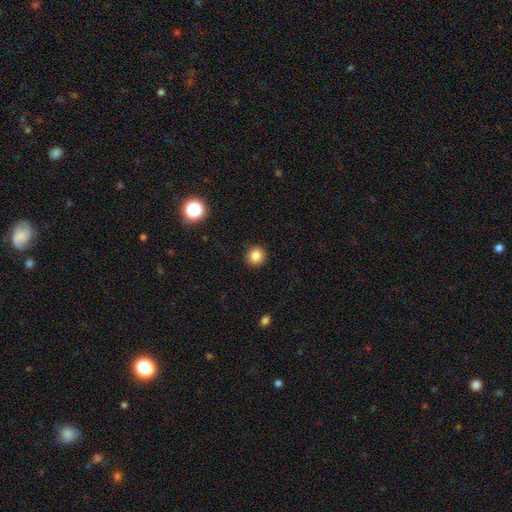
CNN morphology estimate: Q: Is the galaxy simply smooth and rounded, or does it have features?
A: smooth — 84%.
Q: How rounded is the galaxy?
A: round — 93%.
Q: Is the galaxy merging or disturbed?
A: none — 92%.